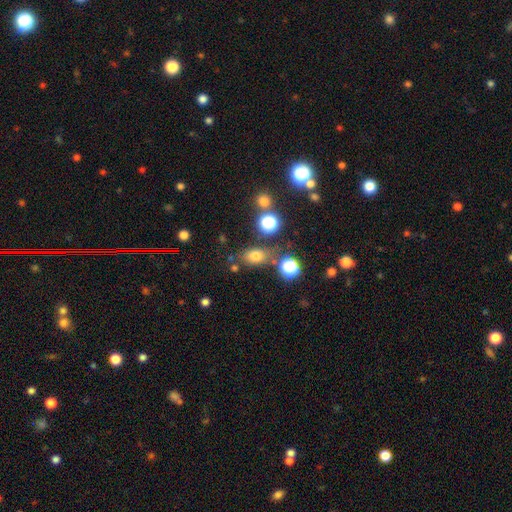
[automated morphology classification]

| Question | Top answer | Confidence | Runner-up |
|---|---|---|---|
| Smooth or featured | smooth | 70% | star or artifact (20%) |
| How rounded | in between | 67% | round (31%) |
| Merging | none | 69% | minor disturbance (15%) |